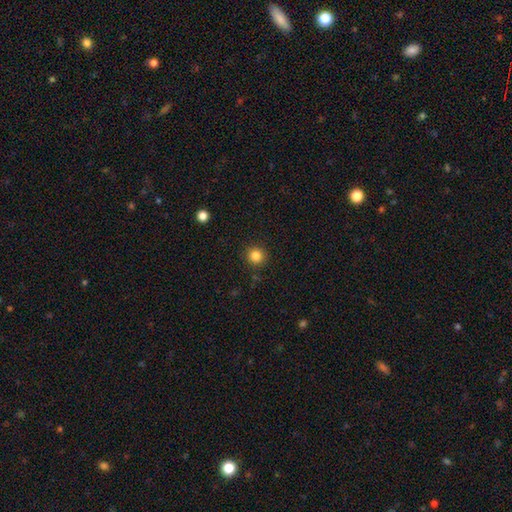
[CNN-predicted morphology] type=smooth (84%); roundness=round (94%); merging=none (91%).